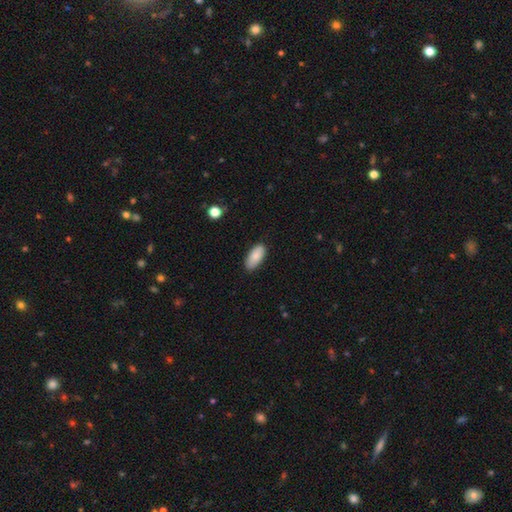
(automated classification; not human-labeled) This appears to be a smooth galaxy with no disk features (87%) that is in between round and cigar-shaped (91%). Merging: none (86%).